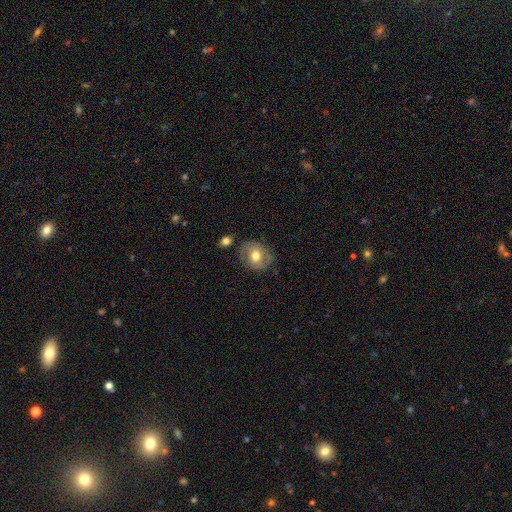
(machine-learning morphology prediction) smooth_or_featured: smooth (p=0.56) [alt: featured or disk p=0.36]
how_rounded: round (p=0.70) [alt: in between p=0.29]
merging: none (p=0.75) [alt: minor disturbance p=0.17]